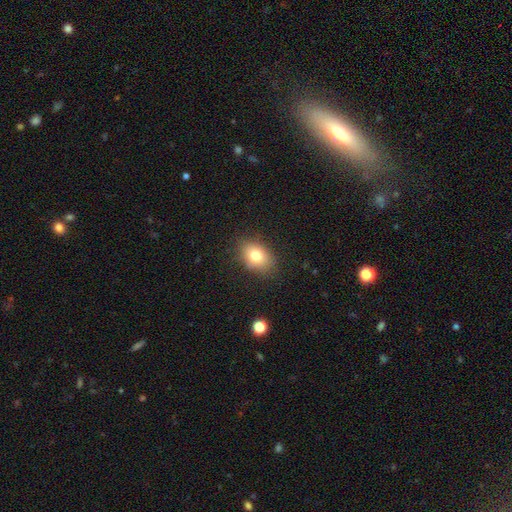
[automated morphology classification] Q: Smooth or featured?
A: smooth (77%); runner-up: featured or disk (12%)
Q: How rounded?
A: in between (73%); runner-up: round (26%)
Q: Merging?
A: none (82%); runner-up: minor disturbance (13%)